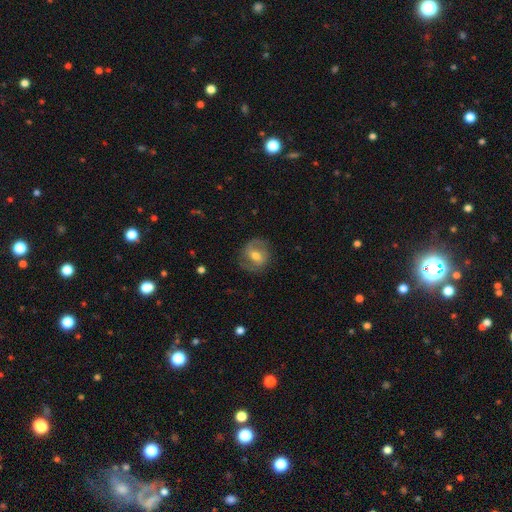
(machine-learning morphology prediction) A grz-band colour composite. It shows a featured or disk galaxy (61%) with a weak bar (48%), spiral arms (79%) and a moderate central bulge (70%). Merging: none (77%).